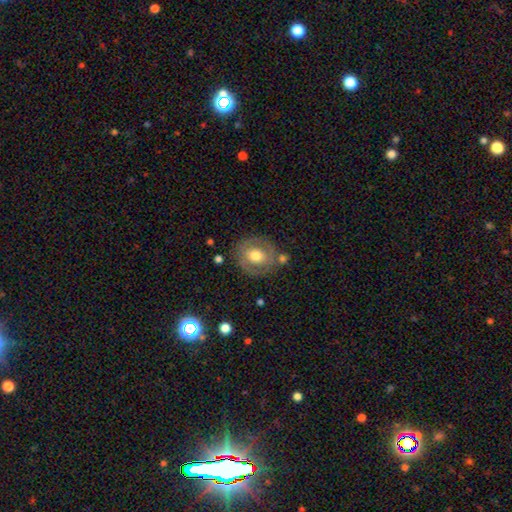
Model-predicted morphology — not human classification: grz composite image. It shows a featured or disk galaxy (48%). Merging: none (73%).